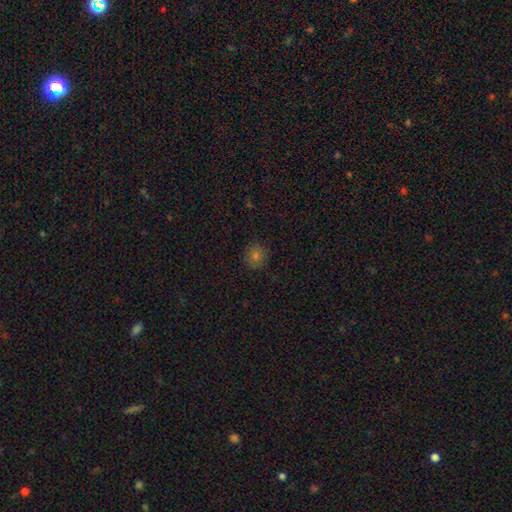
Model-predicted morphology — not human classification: Smooth or featured? Predicted: smooth (p=0.75). How rounded? Predicted: round (p=0.89). Merging? Predicted: none (p=0.88).